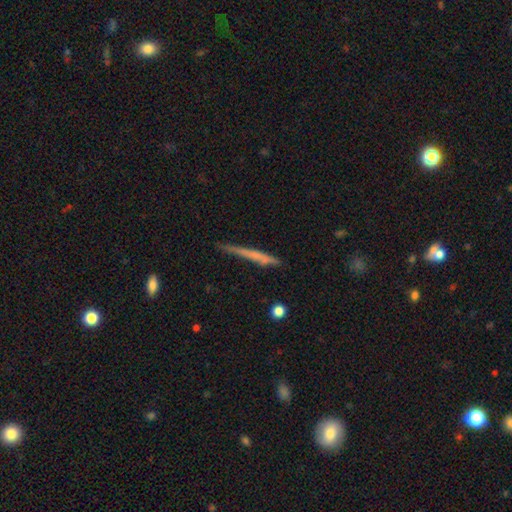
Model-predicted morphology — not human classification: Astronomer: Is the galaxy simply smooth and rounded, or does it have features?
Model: smooth — 50% (runner-up: featured or disk, 43%).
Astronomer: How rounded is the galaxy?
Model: cigar-shaped — 96%.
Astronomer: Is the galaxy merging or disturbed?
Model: none — 76%.